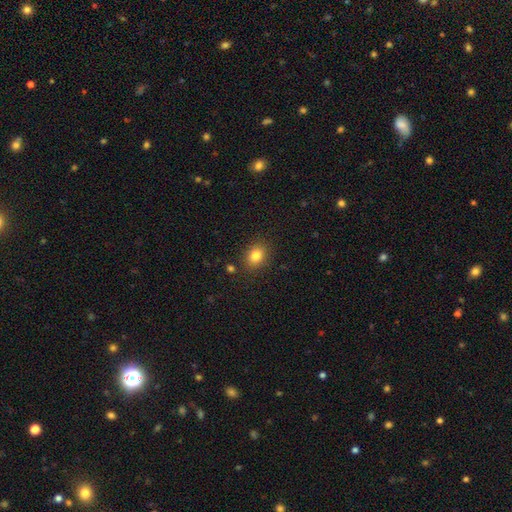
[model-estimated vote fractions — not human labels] smooth 82%, star or artifact 10%, featured or disk 7%. Down the decision tree: how rounded — in between (58%); merging — none (85%).